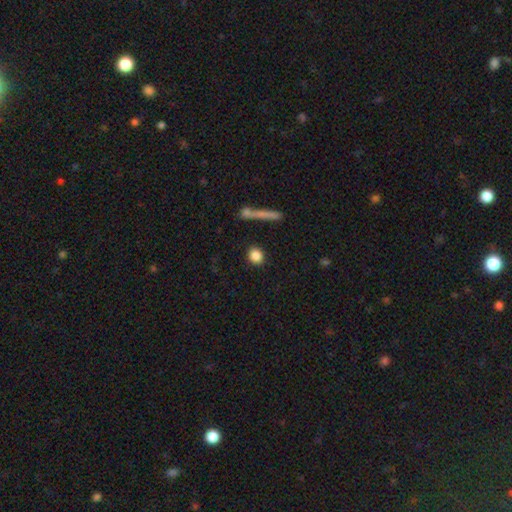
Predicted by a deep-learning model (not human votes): smooth_or_featured: smooth (p=0.86) [alt: star or artifact p=0.09]
how_rounded: round (p=0.78) [alt: in between p=0.18]
merging: none (p=0.87) [alt: minor disturbance p=0.07]